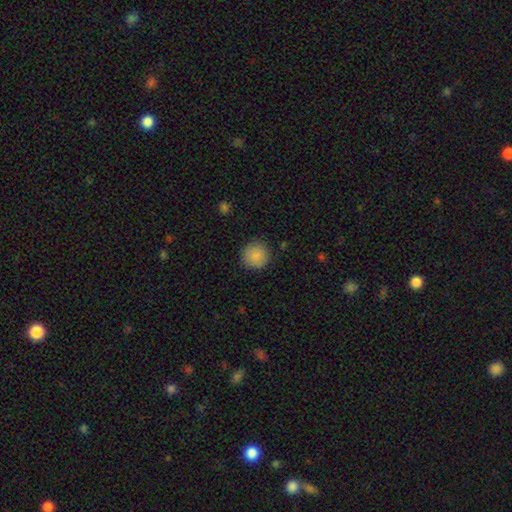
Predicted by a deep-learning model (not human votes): A smooth galaxy with no disk features (87%) that is round (93%).

Vote fractions:
- Smooth or featured? smooth: 87% / star or artifact: 8% / featured or disk: 5%
- How rounded? round: 93% / in between: 6% / cigar-shaped: 1%
- Merging? none: 87% / minor disturbance: 9% / major disturbance: 2% / merger: 1%